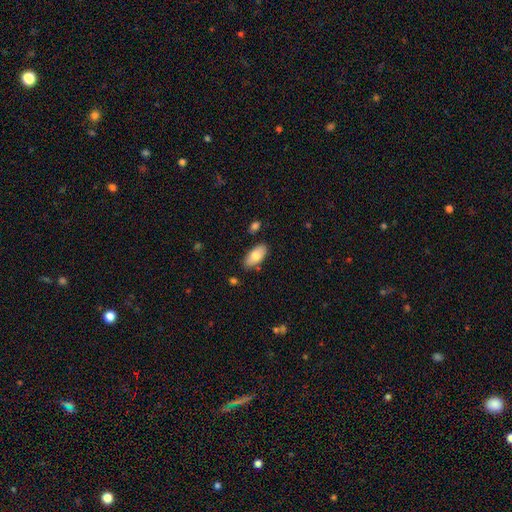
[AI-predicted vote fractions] smooth-or-featured: smooth: 80% | featured or disk: 13% | star or artifact: 6%
  how-rounded: in between: 92% | cigar-shaped: 6% | round: 2%
  merging: none: 81% | minor disturbance: 13% | merger: 3% | major disturbance: 3%